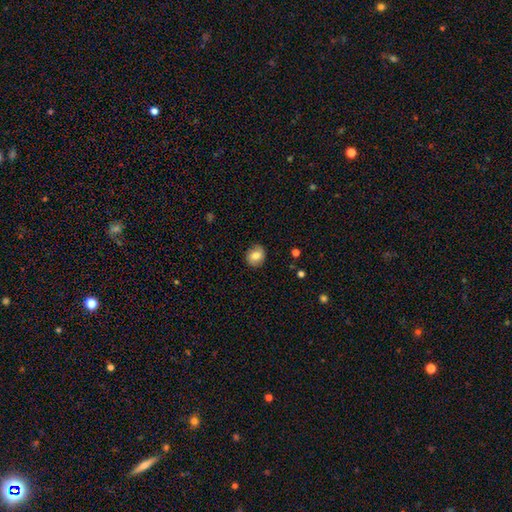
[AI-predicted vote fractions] Smooth or featured? Predicted: smooth (p=0.78). How rounded? Predicted: round (p=0.69). Merging? Predicted: none (p=0.87).